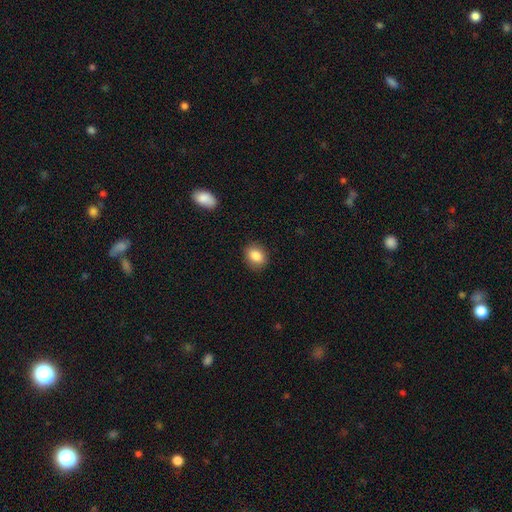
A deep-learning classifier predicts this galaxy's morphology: smooth 86%, star or artifact 9%, featured or disk 6%. Down the decision tree: how rounded — in between (52%); merging — none (88%).